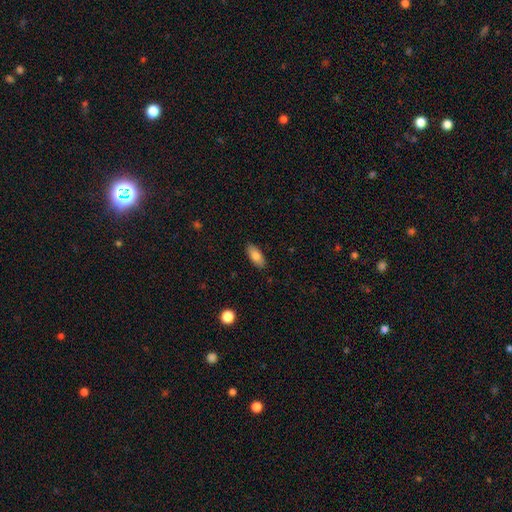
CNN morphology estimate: Smooth or featured? Predicted: smooth (p=0.82). How rounded? Predicted: in between (p=0.85). Merging? Predicted: none (p=0.88).